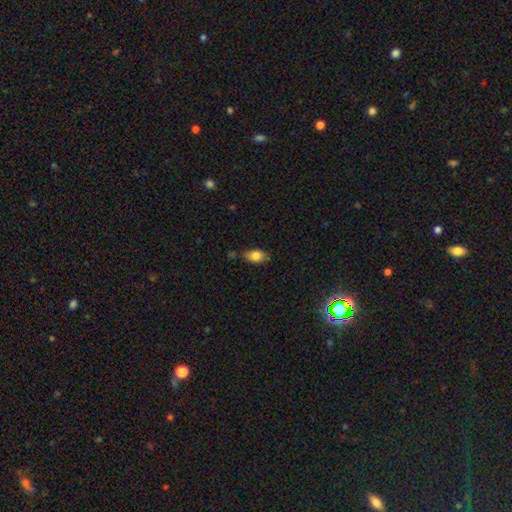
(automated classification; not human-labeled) A smooth galaxy with no disk features (82%) that is in between round and cigar-shaped (87%).

Vote fractions:
- Smooth or featured? smooth: 82% / featured or disk: 10% / star or artifact: 8%
- How rounded? in between: 87% / round: 10% / cigar-shaped: 4%
- Merging? none: 74% / minor disturbance: 19% / merger: 4% / major disturbance: 3%